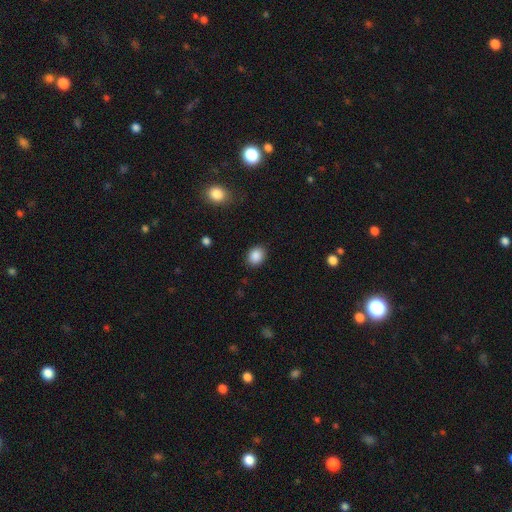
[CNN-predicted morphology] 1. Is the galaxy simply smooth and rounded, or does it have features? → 88% smooth, 9% star or artifact, 4% featured or disk.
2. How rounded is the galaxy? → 51% in between, 48% round, 1% cigar-shaped.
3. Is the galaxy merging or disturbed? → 88% none, 9% minor disturbance, 3% major disturbance, 1% merger.